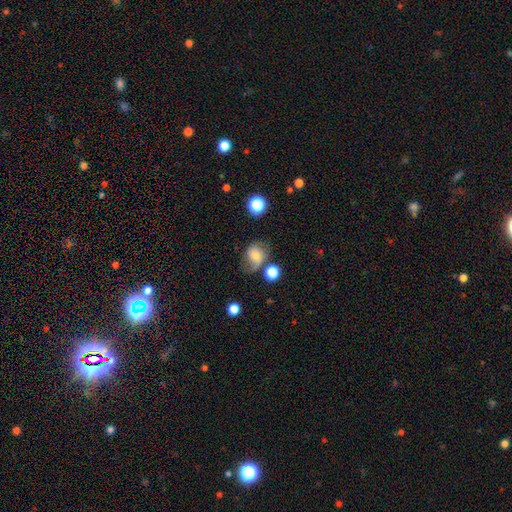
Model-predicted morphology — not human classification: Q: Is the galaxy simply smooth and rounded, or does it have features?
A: smooth — 53%.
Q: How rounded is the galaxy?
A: round — 52%.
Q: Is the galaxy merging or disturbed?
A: none — 45%.